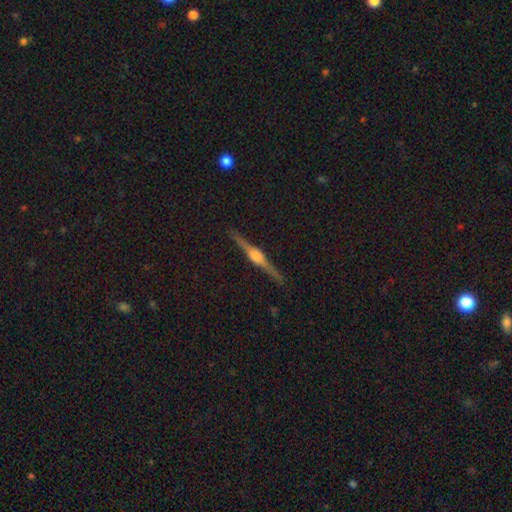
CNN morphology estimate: This appears to be a featured or disk galaxy (86%) viewed edge-on (98%) with a rounded central bulge (89%). Merging: none (92%).